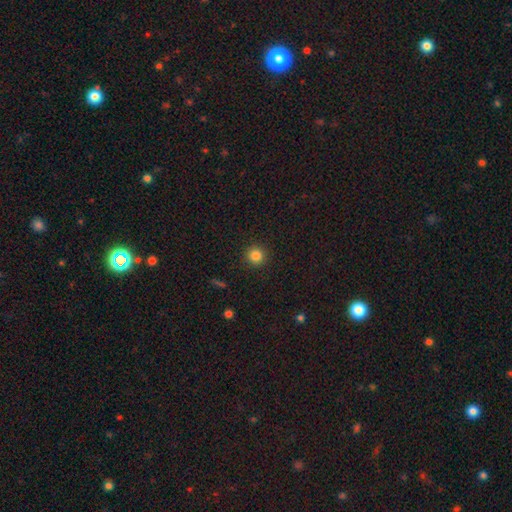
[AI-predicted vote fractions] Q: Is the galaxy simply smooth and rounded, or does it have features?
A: smooth — 83%.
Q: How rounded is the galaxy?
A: round — 94%.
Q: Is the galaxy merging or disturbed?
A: none — 91%.